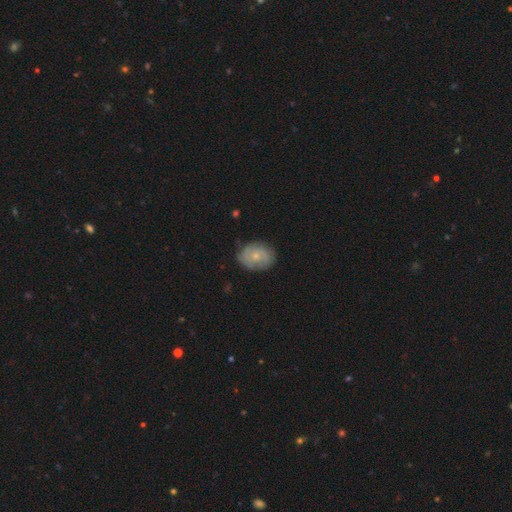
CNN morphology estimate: type=featured or disk (49%); merging=none (74%).